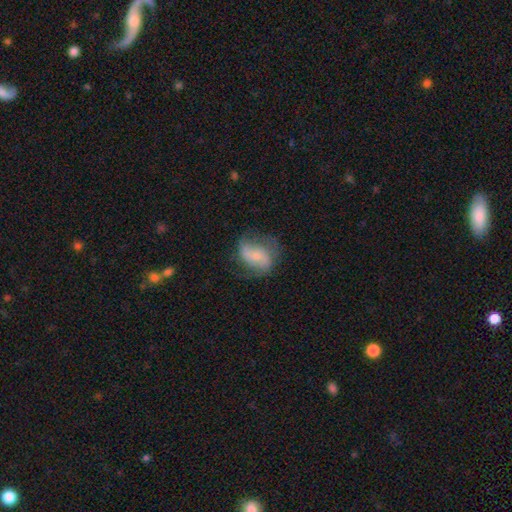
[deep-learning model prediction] Smooth or featured? Predicted: featured or disk (p=0.59). Edge-on disk? Predicted: no (p=0.96). Bar? Predicted: no (p=0.50). Spiral arms? Predicted: yes (p=0.83). Bulge size? Predicted: small (p=0.62). Merging? Predicted: none (p=0.59).